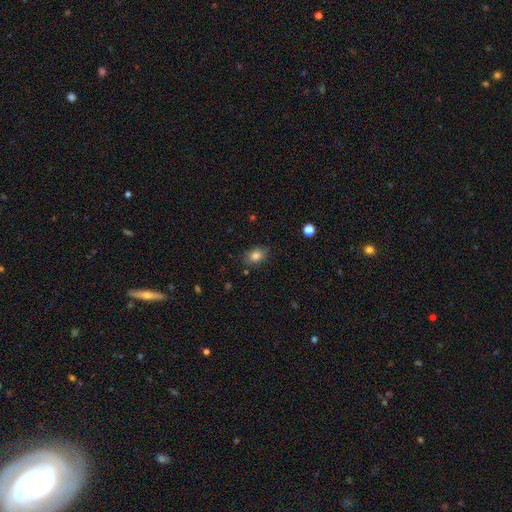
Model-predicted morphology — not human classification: This is clearly a smooth galaxy (82%). How rounded: likely in between (75%). Merging: likely none (80%).